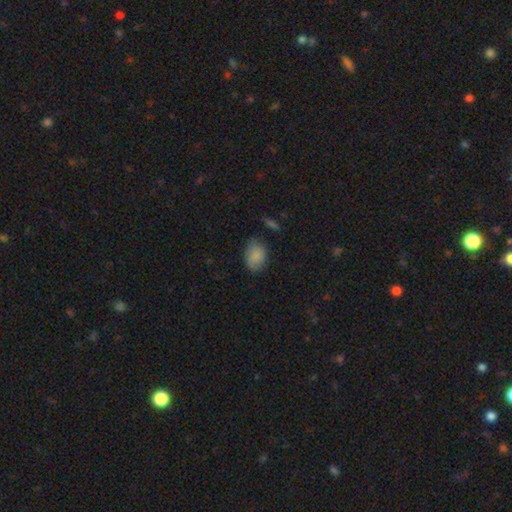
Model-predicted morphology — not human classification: A smooth galaxy with no disk features (85%) that is in between round and cigar-shaped (74%). Merging: none (69%).